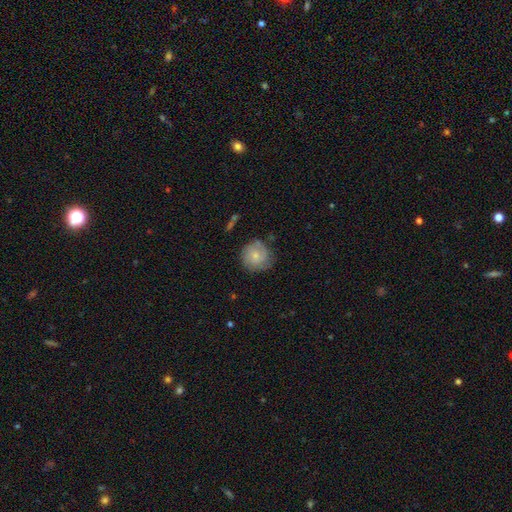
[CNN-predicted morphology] This is possibly a smooth galaxy (54%). How rounded: clearly round (92%). Merging: likely none (74%).